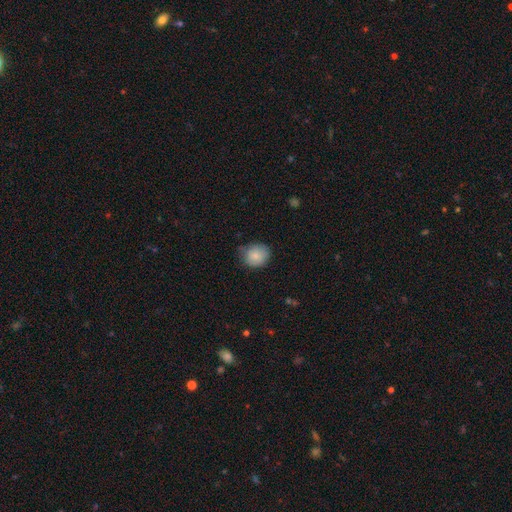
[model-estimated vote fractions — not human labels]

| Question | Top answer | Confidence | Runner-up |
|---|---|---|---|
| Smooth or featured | smooth | 86% | star or artifact (8%) |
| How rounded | round | 73% | in between (26%) |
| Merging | none | 68% | minor disturbance (26%) |